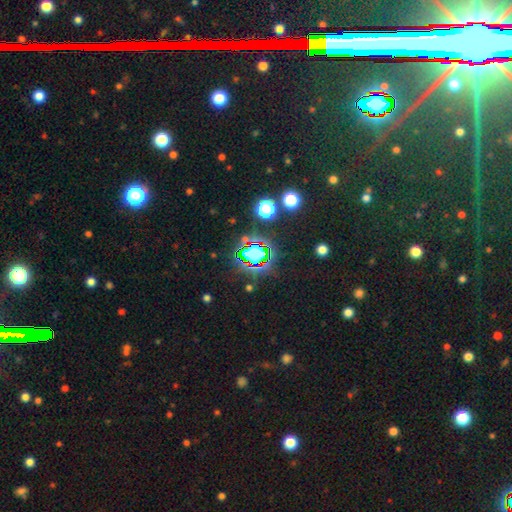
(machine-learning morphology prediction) This is likely a star or artifact rather than a galaxy (78%).